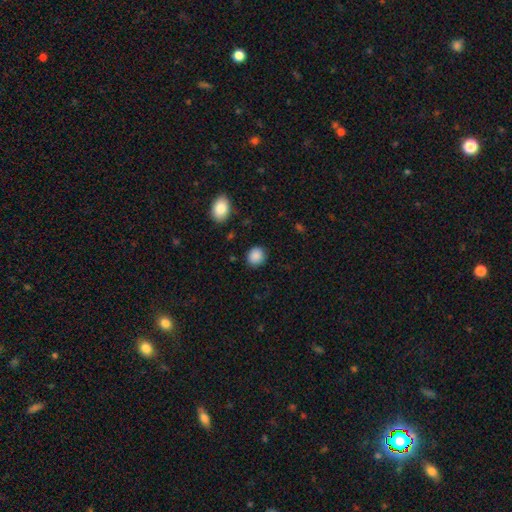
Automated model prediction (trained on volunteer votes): Overall: smooth (89%). How rounded: round (78%). Merging: none (87%).